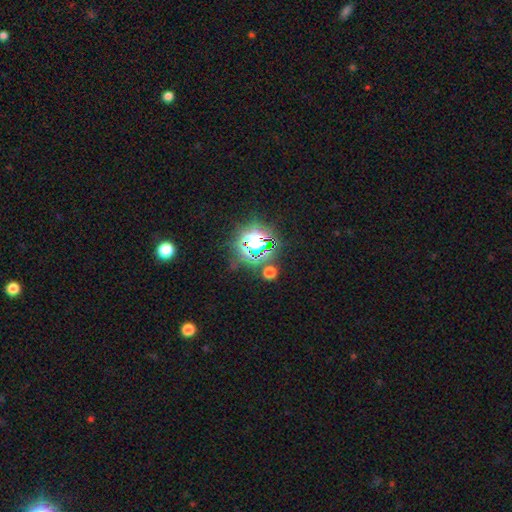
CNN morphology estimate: This appears to be a star or artifact, not a galaxy (75%).